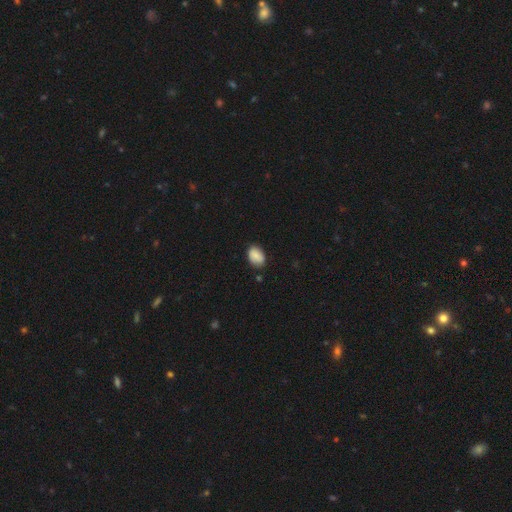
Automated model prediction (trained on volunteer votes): Smooth or featured?
  - smooth: 85% *
  - star or artifact: 7%
  - featured or disk: 7%
How rounded?
  - in between: 83% *
  - round: 16%
  - cigar-shaped: 1%
Merging?
  - none: 79% *
  - minor disturbance: 16%
  - major disturbance: 3%
  - merger: 2%